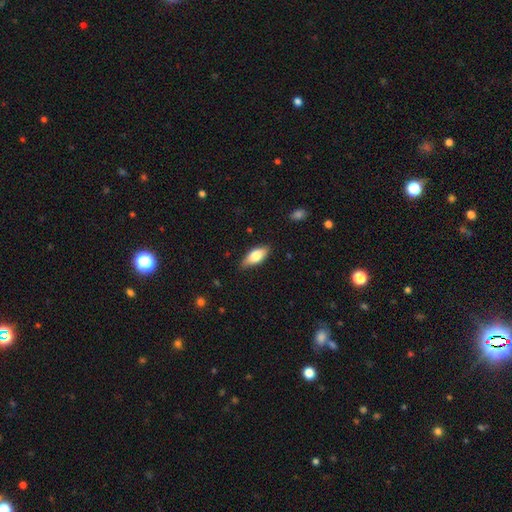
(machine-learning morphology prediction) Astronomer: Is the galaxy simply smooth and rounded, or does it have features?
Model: smooth — 78%.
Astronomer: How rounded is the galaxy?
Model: in between — 84%.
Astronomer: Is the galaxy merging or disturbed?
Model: none — 81%.